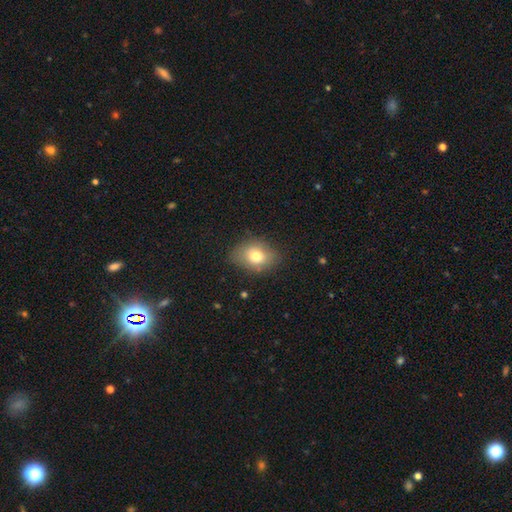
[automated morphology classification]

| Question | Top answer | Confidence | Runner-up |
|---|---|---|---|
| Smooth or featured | smooth | 75% | featured or disk (15%) |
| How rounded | in between | 66% | round (33%) |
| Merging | none | 78% | minor disturbance (16%) |